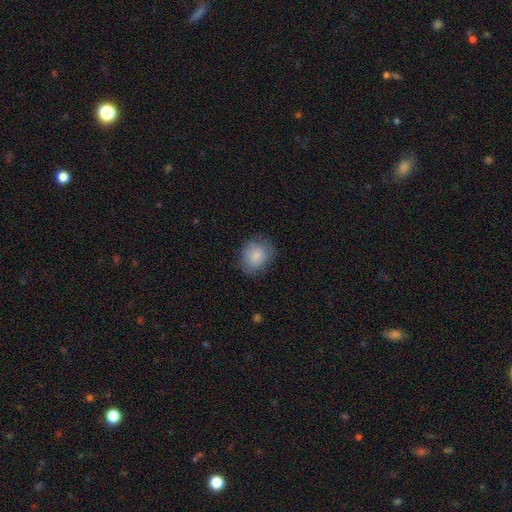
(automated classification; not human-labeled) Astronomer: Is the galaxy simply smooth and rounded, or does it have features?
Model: smooth — 85%.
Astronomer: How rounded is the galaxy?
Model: round — 65%.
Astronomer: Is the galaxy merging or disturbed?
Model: none — 76%.